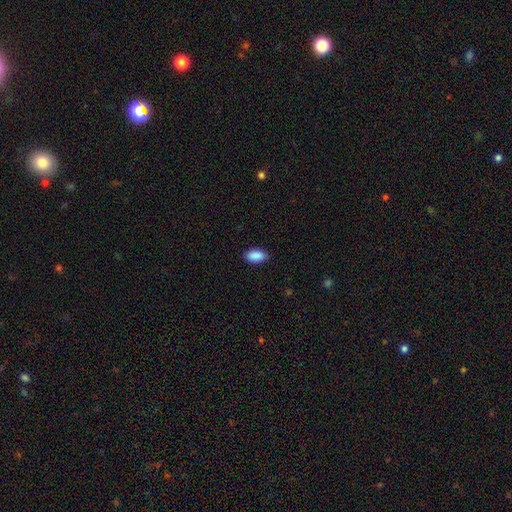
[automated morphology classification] This is clearly a smooth galaxy (91%). How rounded: clearly in between (94%). Merging: clearly none (87%).